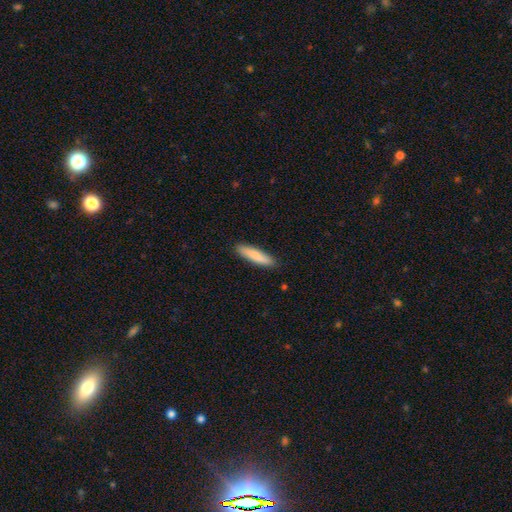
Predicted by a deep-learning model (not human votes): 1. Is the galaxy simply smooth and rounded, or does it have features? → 84% smooth, 10% featured or disk, 5% star or artifact.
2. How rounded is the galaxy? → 79% cigar-shaped, 19% in between, 1% round.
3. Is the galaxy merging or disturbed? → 88% none, 9% minor disturbance, 2% major disturbance, 1% merger.